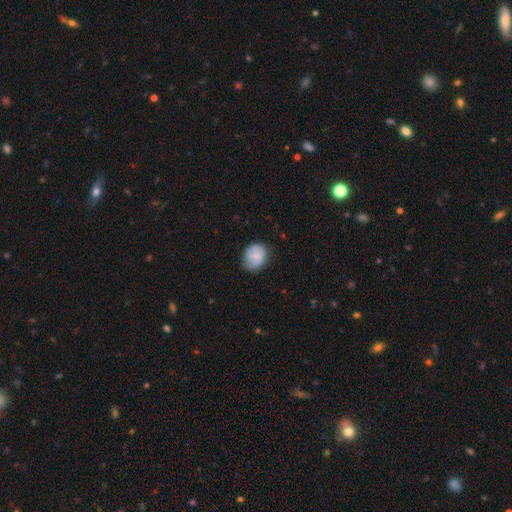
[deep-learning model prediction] Morphology: type=smooth (74%); roundness=round (59%); merging=none (69%).